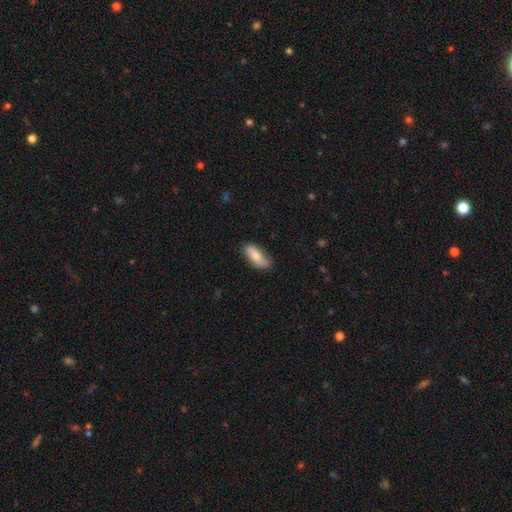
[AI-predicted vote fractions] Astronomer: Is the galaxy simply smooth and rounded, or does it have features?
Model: smooth — 71%.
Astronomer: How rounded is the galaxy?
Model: in between — 74%.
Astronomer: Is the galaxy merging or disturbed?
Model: none — 71%.